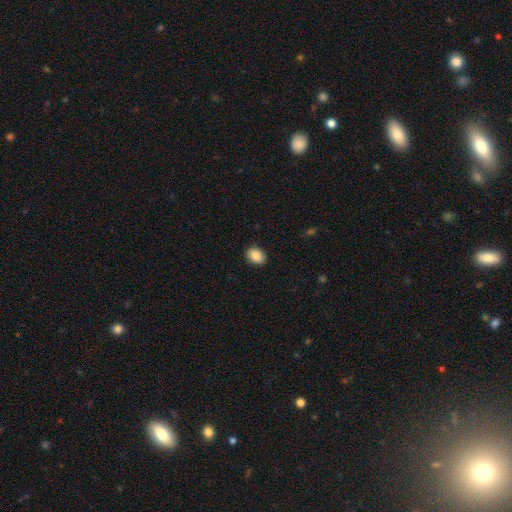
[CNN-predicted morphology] The model was most divided on "how rounded": in between: 73%, round: 26%, cigar-shaped: 1%. More confident: merging — none (90%); smooth or featured — smooth (86%).